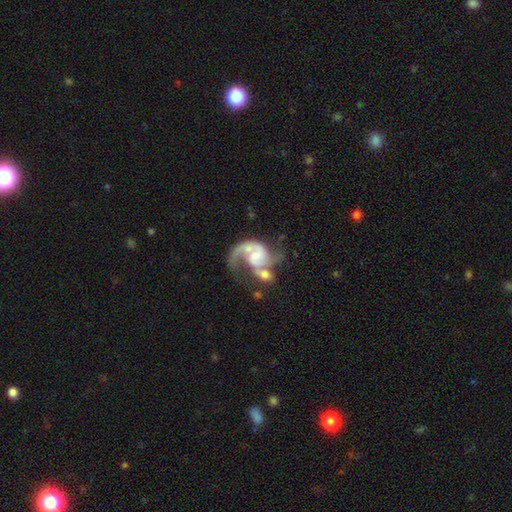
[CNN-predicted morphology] Q: Smooth or featured?
A: featured or disk (87%); runner-up: smooth (8%)
Q: Edge-on disk?
A: no (98%); runner-up: yes (2%)
Q: Bar?
A: no (53%); runner-up: weak (38%)
Q: Spiral arms?
A: yes (95%); runner-up: no (5%)
Q: Spiral winding?
A: medium (50%); runner-up: loose (37%)
Q: Spiral arm count?
A: 2 (71%); runner-up: 1 (20%)
Q: Bulge size?
A: small (41%); runner-up: moderate (40%)
Q: Merging?
A: merger (41%); runner-up: none (26%)